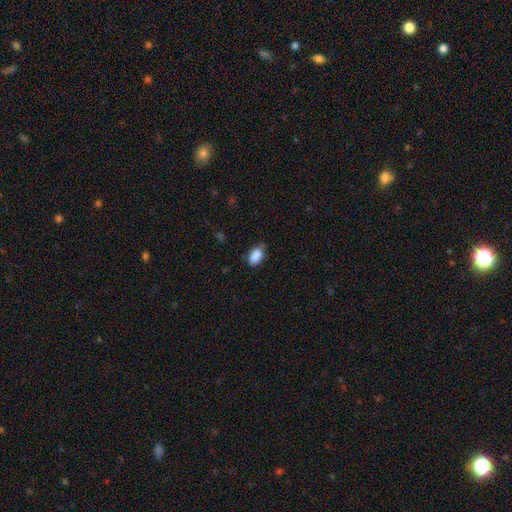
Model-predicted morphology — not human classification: This appears to be a smooth galaxy with no disk features (88%) that is in between round and cigar-shaped (93%). Merging: none (69%).